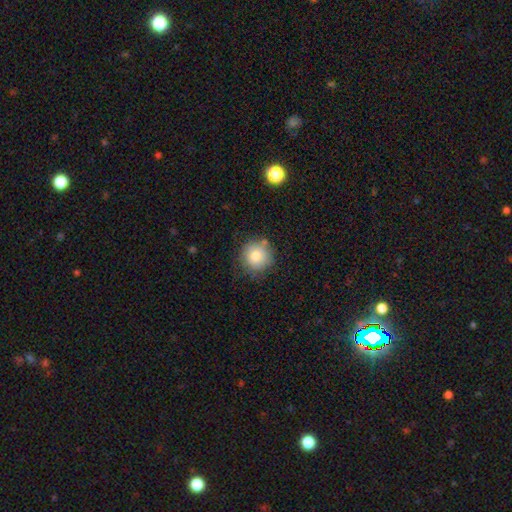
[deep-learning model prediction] Morphology: type=smooth (77%); roundness=round (93%); merging=none (76%).